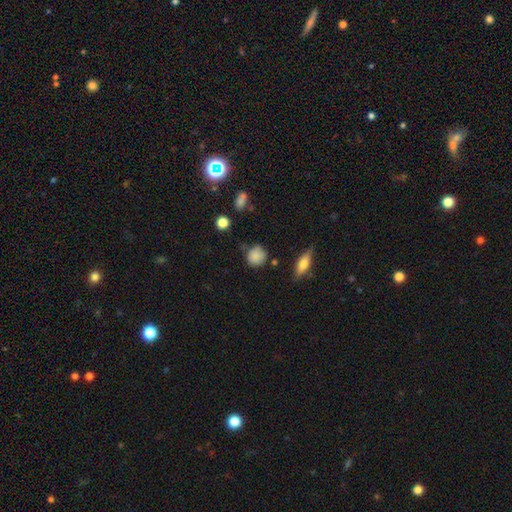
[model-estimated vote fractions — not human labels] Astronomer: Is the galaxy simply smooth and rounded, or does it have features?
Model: smooth — 83%.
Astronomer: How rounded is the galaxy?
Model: round — 85%.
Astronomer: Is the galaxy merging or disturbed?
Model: none — 71%.